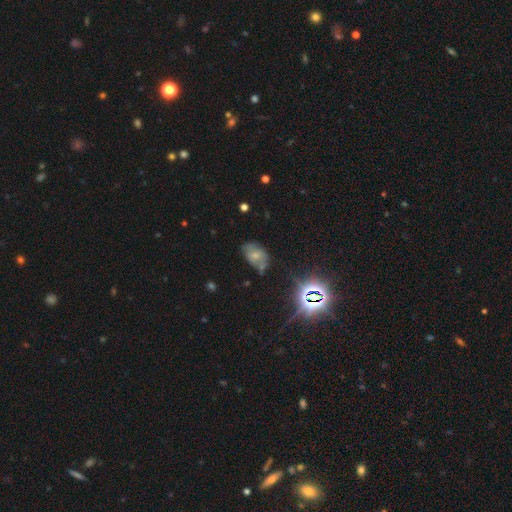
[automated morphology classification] smooth-or-featured: smooth: 51% | featured or disk: 28% | star or artifact: 20%
  how-rounded: in between: 84% | round: 14% | cigar-shaped: 2%
  merging: none: 53% | minor disturbance: 30% | major disturbance: 10% | merger: 7%